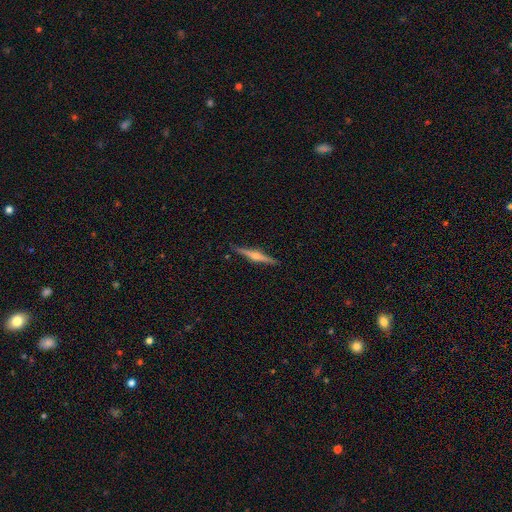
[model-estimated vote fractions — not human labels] A featured or disk galaxy (74%) viewed edge-on (98%) with a rounded central bulge (85%).

Vote fractions:
- Smooth or featured? featured or disk: 74% / smooth: 20% / star or artifact: 6%
- Edge-on disk? yes: 98% / no: 2%
- Edge-on bulge? rounded: 85% / boxy: 9% / none: 6%
- Merging? none: 90% / minor disturbance: 7% / major disturbance: 2% / merger: 1%